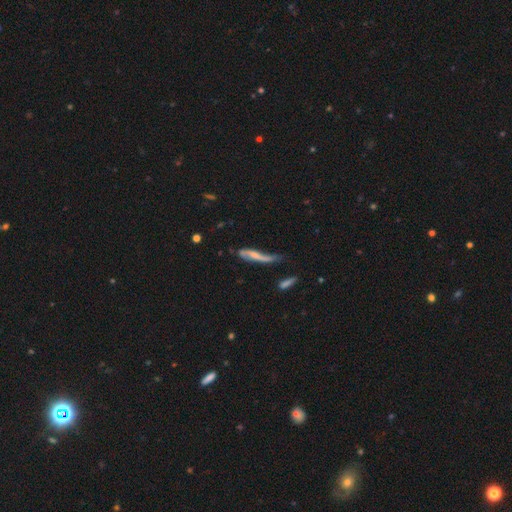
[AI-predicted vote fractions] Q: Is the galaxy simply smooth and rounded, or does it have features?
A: featured or disk — 51%.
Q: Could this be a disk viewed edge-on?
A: no — 62%.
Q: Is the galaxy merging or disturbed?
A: major disturbance — 34%.